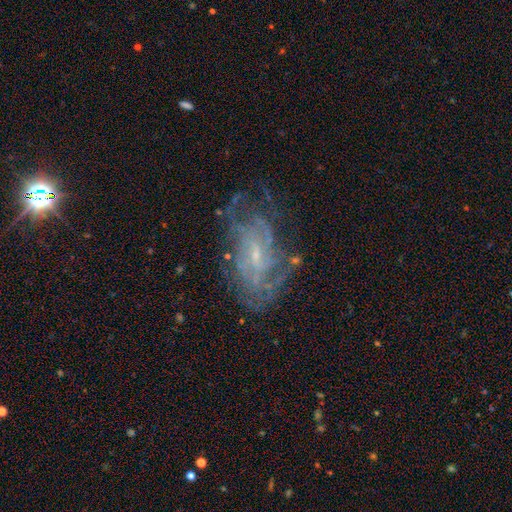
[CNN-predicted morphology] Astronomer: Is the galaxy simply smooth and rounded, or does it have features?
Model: featured or disk — 79%.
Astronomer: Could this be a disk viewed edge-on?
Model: no — 95%.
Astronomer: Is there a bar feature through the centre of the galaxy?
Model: weak — 46% (runner-up: no, 42%).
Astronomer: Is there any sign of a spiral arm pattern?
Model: yes — 86%.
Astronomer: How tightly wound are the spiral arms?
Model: tight — 56% (runner-up: medium, 34%).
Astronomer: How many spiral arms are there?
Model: can't tell — 50%.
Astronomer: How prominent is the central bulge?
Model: small — 73%.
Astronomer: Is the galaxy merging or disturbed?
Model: none — 64%.